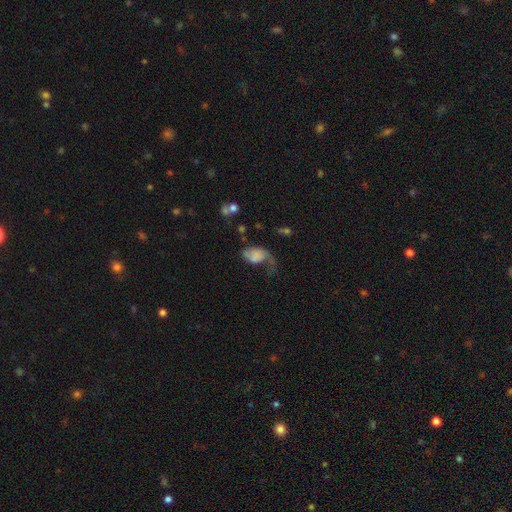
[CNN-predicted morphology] Smooth or featured? smooth (47%)
Merging? major disturbance (51%)